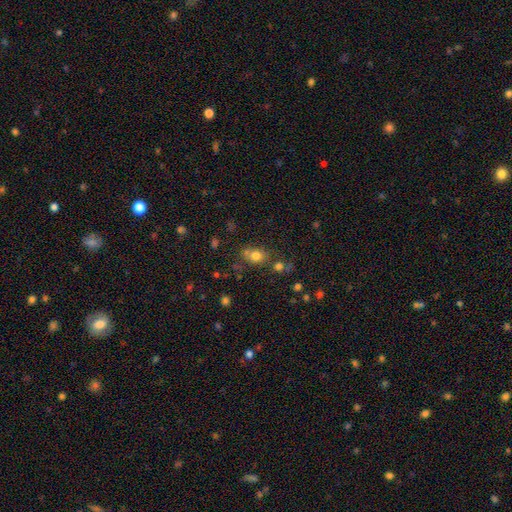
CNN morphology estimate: The model was most divided on "how rounded" (2-way tie): round: 49%, in between: 49%, cigar-shaped: 2%. More confident: smooth or featured — smooth (76%); merging — none (56%).